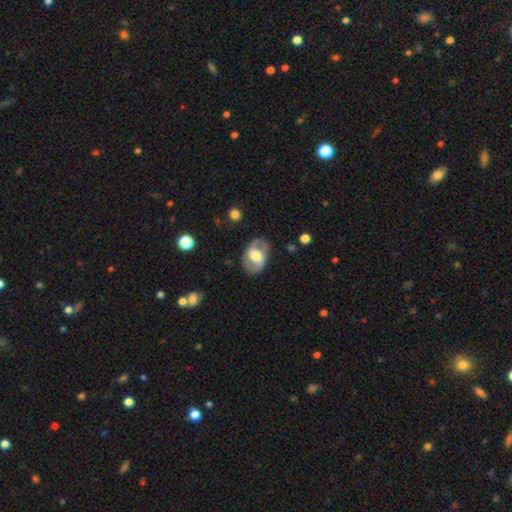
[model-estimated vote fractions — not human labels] A featured or disk galaxy (61%) with no bar (44%), spiral arms (71%) and a moderate central bulge (62%).

Vote fractions:
- Smooth or featured? featured or disk: 61% / smooth: 32% / star or artifact: 6%
- Edge-on disk? no: 95% / yes: 5%
- Bar? no: 44% / weak: 38% / strong: 18%
- Spiral arms? yes: 71% / no: 29%
- Bulge size? moderate: 62% / large: 23% / small: 11% / dominant: 2% / none: 2%
- Merging? none: 76% / minor disturbance: 16% / major disturbance: 6% / merger: 2%